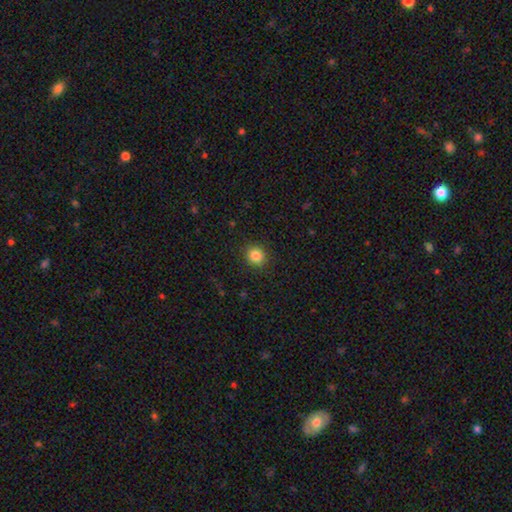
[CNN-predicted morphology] Q: Smooth or featured?
A: smooth (84%); runner-up: star or artifact (11%)
Q: How rounded?
A: round (87%); runner-up: in between (13%)
Q: Merging?
A: none (91%); runner-up: minor disturbance (6%)